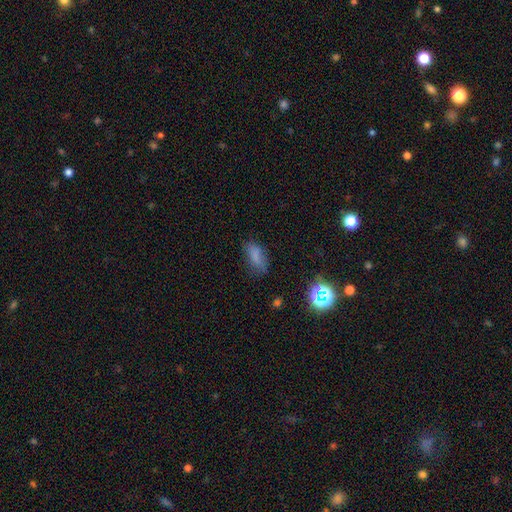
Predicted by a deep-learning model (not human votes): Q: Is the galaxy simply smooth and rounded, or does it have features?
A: smooth — 70%.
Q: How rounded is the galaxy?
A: in between — 79%.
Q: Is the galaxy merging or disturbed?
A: none — 57%.